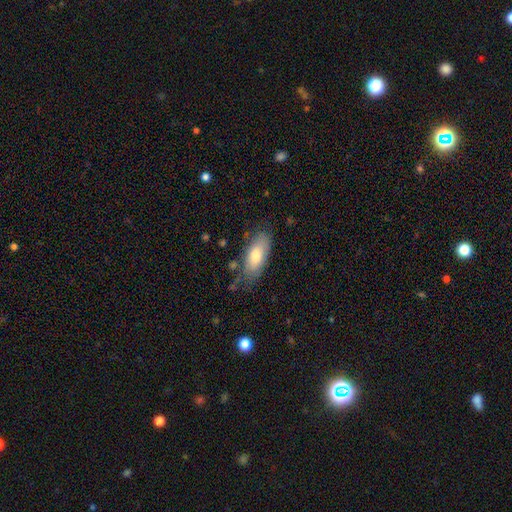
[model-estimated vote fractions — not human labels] This is likely a smooth galaxy (72%). How rounded: clearly in between (83%). Merging: likely none (67%).